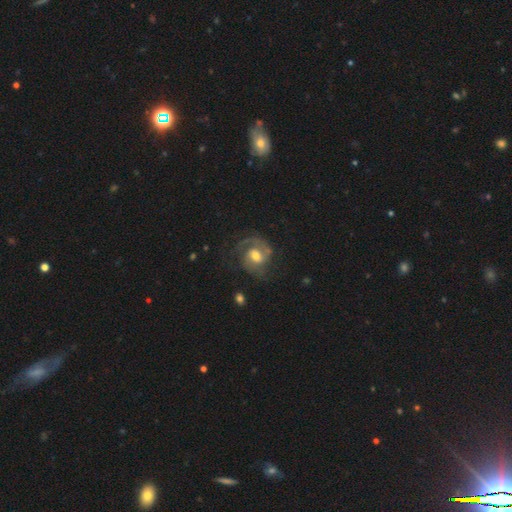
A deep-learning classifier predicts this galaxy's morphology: Smooth or featured: featured or disk — 85% (smooth — 10%)
Edge-on disk: no — 98% (yes — 2%)
Bar: weak — 49% (no — 39%)
Spiral arms: yes — 96% (no — 4%)
Spiral winding: medium — 49% (tight — 35%)
Spiral arm count: 2 — 74% (1 — 12%)
Bulge size: moderate — 66% (small — 18%)
Merging: none — 66% (minor disturbance — 18%)